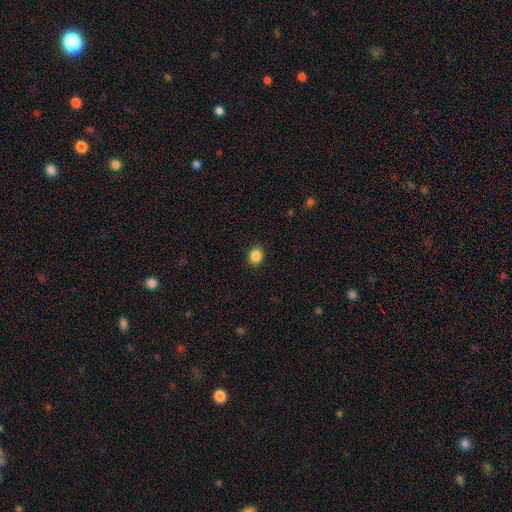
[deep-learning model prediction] smooth-or-featured: smooth: 86% | star or artifact: 10% | featured or disk: 4%
  how-rounded: round: 57% | in between: 42% | cigar-shaped: 1%
  merging: none: 90% | minor disturbance: 7% | major disturbance: 2% | merger: 1%